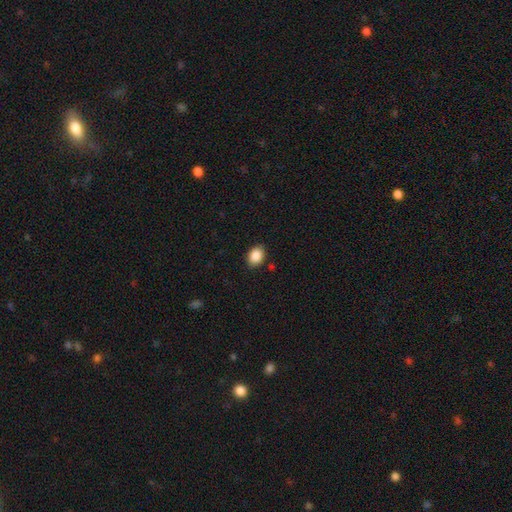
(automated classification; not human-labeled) Q: Smooth or featured?
A: smooth (88%); runner-up: star or artifact (8%)
Q: How rounded?
A: in between (70%); runner-up: round (29%)
Q: Merging?
A: none (86%); runner-up: minor disturbance (10%)